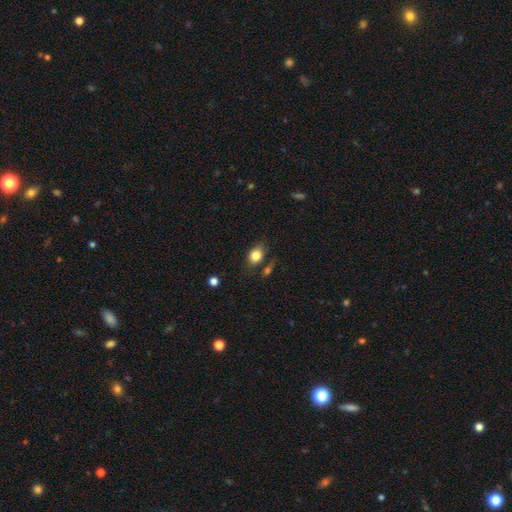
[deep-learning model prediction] Q: Smooth or featured?
A: smooth (82%); runner-up: star or artifact (9%)
Q: How rounded?
A: in between (69%); runner-up: round (29%)
Q: Merging?
A: none (70%); runner-up: minor disturbance (17%)